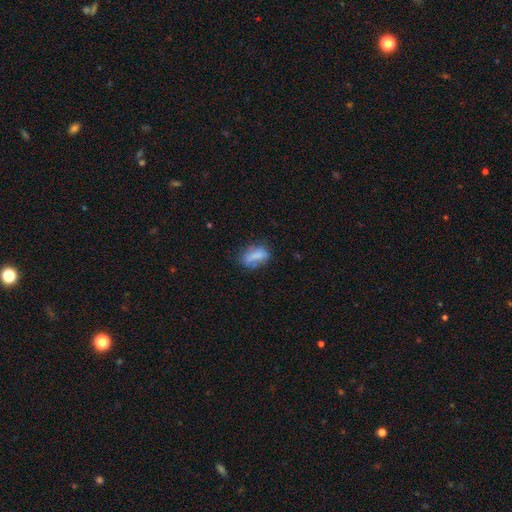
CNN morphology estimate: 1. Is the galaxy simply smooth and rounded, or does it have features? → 69% smooth, 21% featured or disk, 10% star or artifact.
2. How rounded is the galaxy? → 78% in between, 13% cigar-shaped, 9% round.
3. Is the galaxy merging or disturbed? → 51% none, 27% minor disturbance, 15% major disturbance, 7% merger.